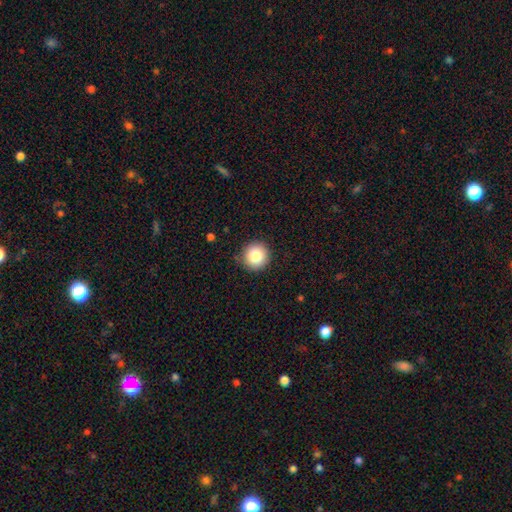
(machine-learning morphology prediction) smooth 83%, star or artifact 10%, featured or disk 7%. Down the decision tree: how rounded — round (95%); merging — none (88%).